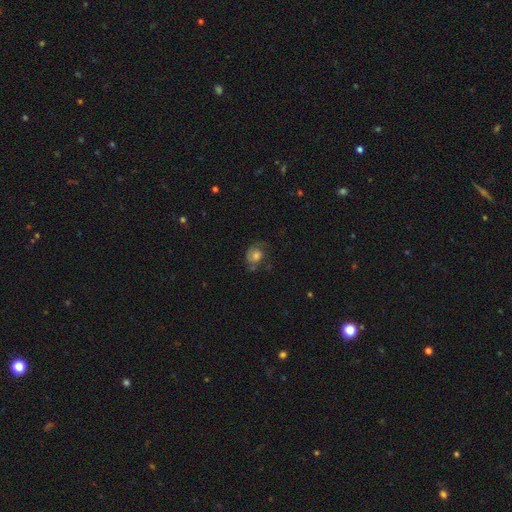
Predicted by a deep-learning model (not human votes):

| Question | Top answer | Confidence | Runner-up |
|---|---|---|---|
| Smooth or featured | smooth | 52% | featured or disk (37%) |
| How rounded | round | 62% | in between (37%) |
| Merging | none | 47% | minor disturbance (26%) |